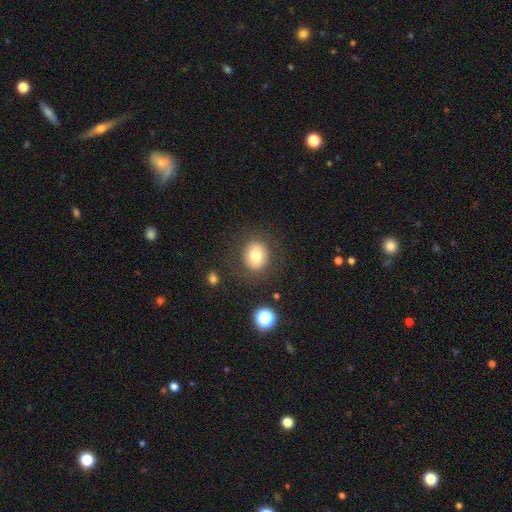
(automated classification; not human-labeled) The model was most divided on "how rounded": round: 75%, in between: 24%, cigar-shaped: 1%. More confident: merging — none (83%); smooth or featured — smooth (75%).